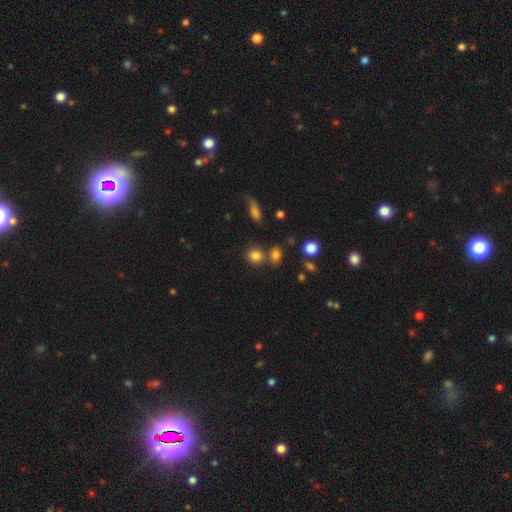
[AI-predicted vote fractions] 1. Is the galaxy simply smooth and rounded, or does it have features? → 82% smooth, 12% star or artifact, 6% featured or disk.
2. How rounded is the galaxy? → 71% round, 27% in between, 1% cigar-shaped.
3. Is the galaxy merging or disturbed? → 67% none, 18% merger, 10% minor disturbance, 4% major disturbance.